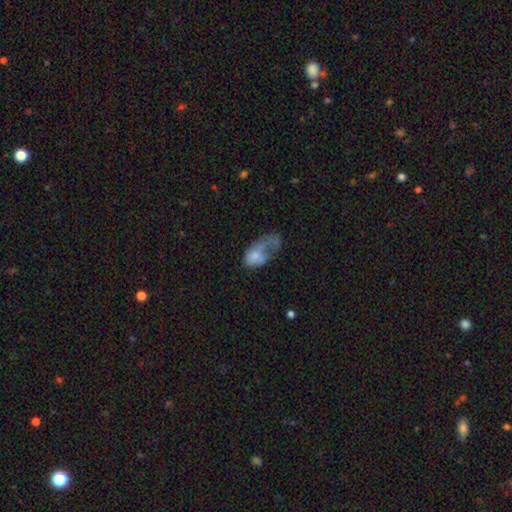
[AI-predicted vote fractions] Smooth or featured: smooth — 61% (featured or disk — 31%)
How rounded: in between — 88% (round — 9%)
Merging: major disturbance — 60% (minor disturbance — 16%)